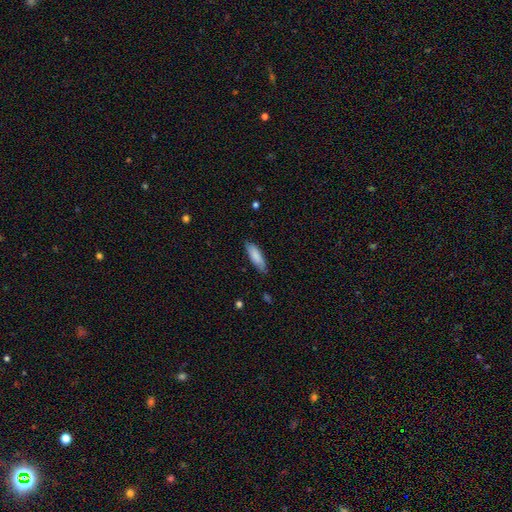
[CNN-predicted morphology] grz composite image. It shows a smooth galaxy with no disk features (84%) that is in between round and cigar-shaped (52%). Merging: none (80%).